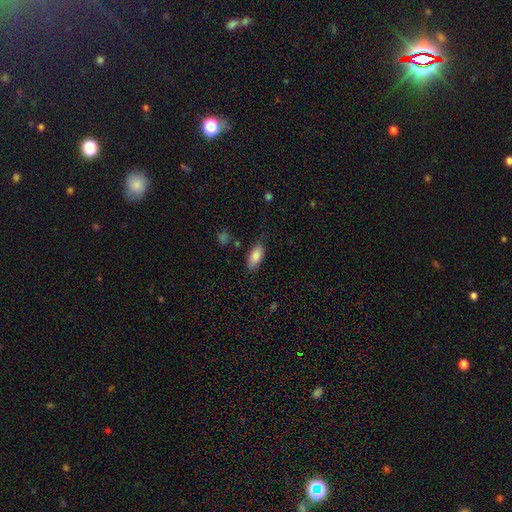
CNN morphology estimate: Q: Smooth or featured?
A: smooth (85%); runner-up: featured or disk (8%)
Q: How rounded?
A: in between (86%); runner-up: cigar-shaped (12%)
Q: Merging?
A: none (75%); runner-up: minor disturbance (18%)